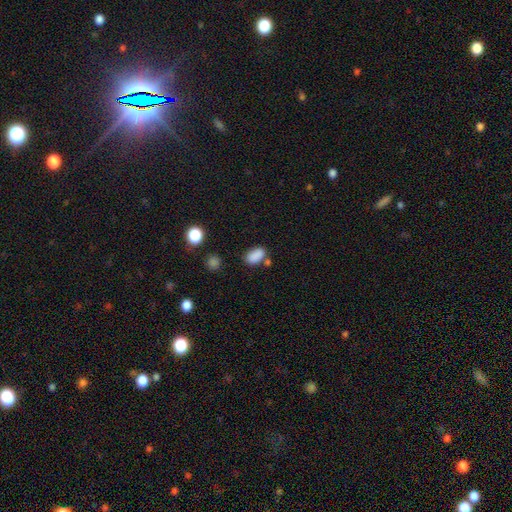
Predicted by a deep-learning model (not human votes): This appears to be a smooth galaxy with no disk features (85%) that is in between round and cigar-shaped (90%). Merging: none (67%).